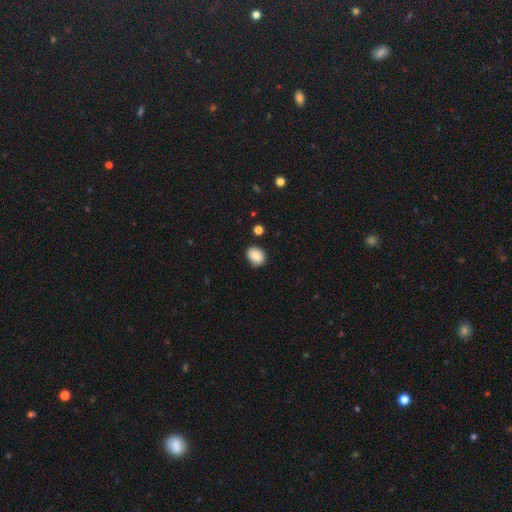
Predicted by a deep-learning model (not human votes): Smooth or featured: smooth — 88% (star or artifact — 8%)
How rounded: in between — 65% (round — 34%)
Merging: none — 83% (minor disturbance — 12%)